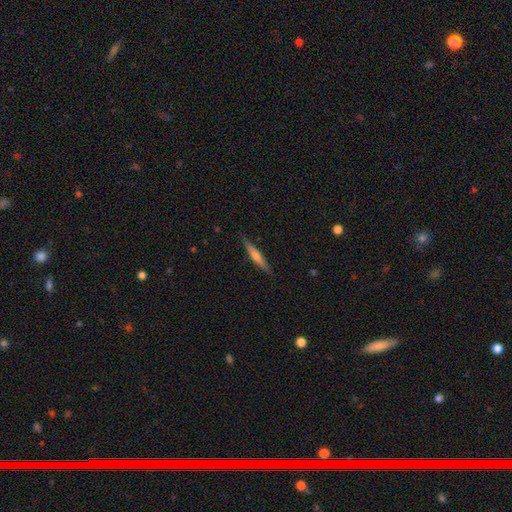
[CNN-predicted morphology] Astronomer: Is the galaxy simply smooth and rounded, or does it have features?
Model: featured or disk — 57% (runner-up: smooth, 37%).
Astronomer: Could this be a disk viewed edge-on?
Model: yes — 97%.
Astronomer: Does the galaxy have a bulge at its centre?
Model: rounded — 66%.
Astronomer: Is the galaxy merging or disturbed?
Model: none — 89%.